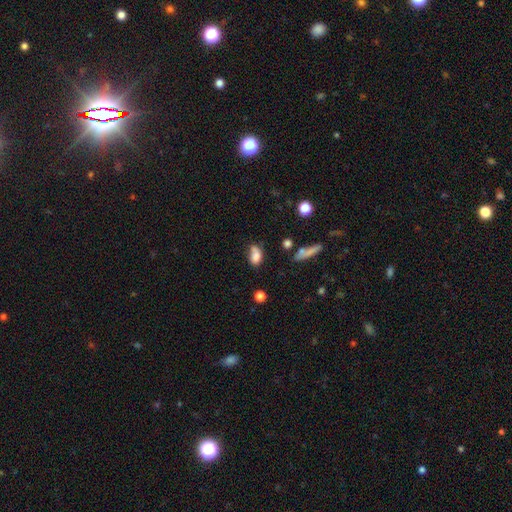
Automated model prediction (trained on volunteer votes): Smooth or featured: smooth — 78% (featured or disk — 11%)
How rounded: in between — 83% (round — 13%)
Merging: none — 44% (minor disturbance — 27%)